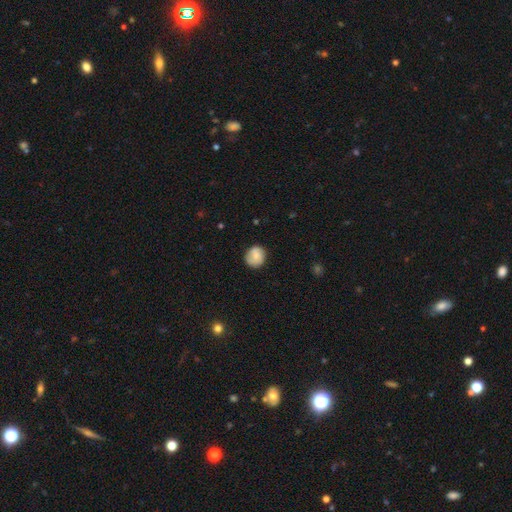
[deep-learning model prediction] Morphology: type=smooth (72%); roundness=round (83%); merging=none (77%).